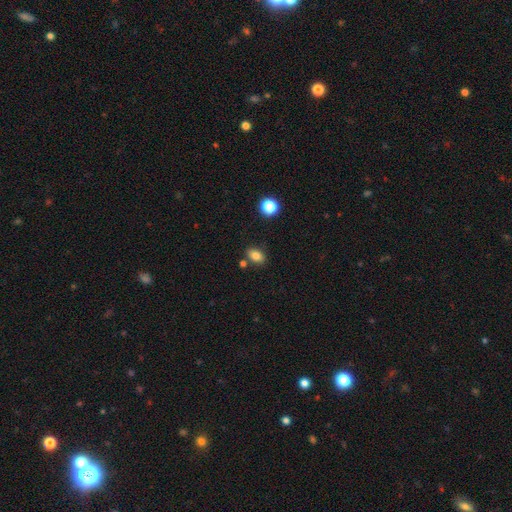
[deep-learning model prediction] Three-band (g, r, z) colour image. It shows a smooth galaxy with no disk features (81%) that is in between round and cigar-shaped (79%). Merging: none (79%).